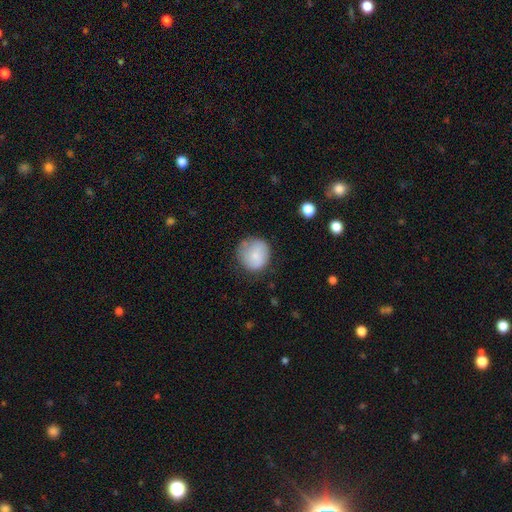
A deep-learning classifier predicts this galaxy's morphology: Smooth or featured: smooth — 79% (featured or disk — 14%)
How rounded: round — 88% (in between — 11%)
Merging: none — 66% (minor disturbance — 24%)